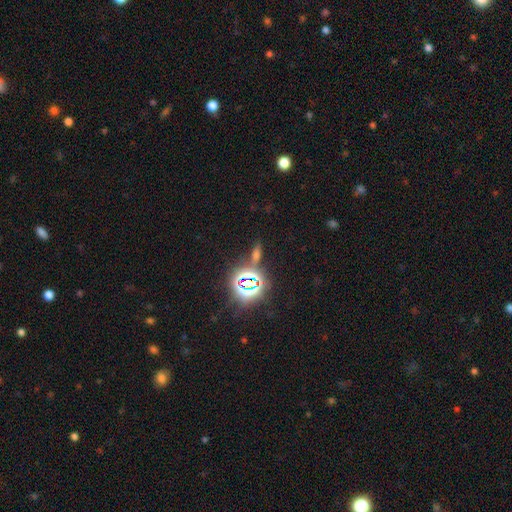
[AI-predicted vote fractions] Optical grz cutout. It shows a star or artifact, not a galaxy (54%).